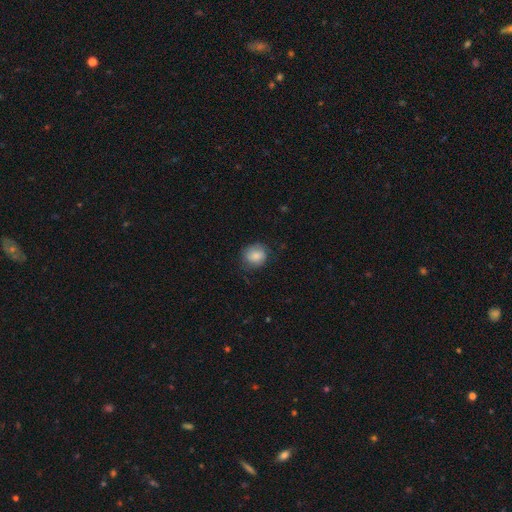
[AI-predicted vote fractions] smooth_or_featured: smooth (p=0.80) [alt: featured or disk p=0.12]
how_rounded: round (p=0.72) [alt: in between p=0.27]
merging: none (p=0.71) [alt: minor disturbance p=0.21]